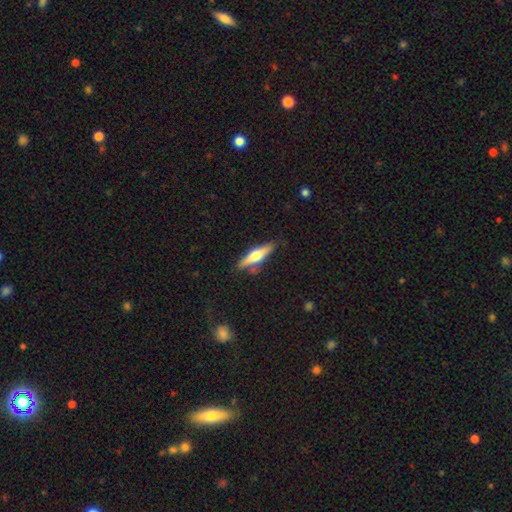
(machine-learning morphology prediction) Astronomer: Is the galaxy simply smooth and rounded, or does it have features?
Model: featured or disk — 53% (runner-up: smooth, 42%).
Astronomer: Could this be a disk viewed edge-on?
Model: yes — 95%.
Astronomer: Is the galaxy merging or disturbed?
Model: none — 82%.